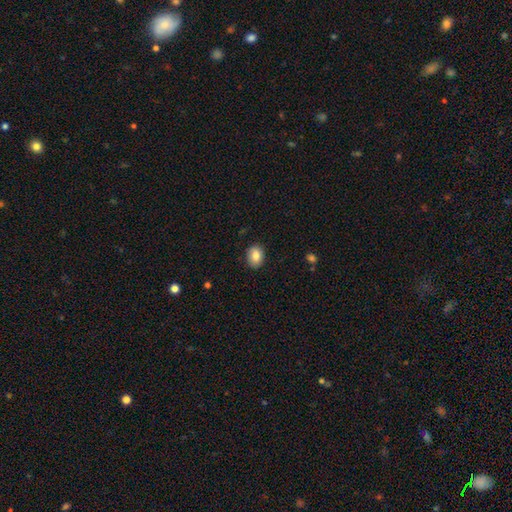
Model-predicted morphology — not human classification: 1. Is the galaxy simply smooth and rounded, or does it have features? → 82% smooth, 10% featured or disk, 8% star or artifact.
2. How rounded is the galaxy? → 66% in between, 33% round, 1% cigar-shaped.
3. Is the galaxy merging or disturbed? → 88% none, 9% minor disturbance, 2% major disturbance, 1% merger.